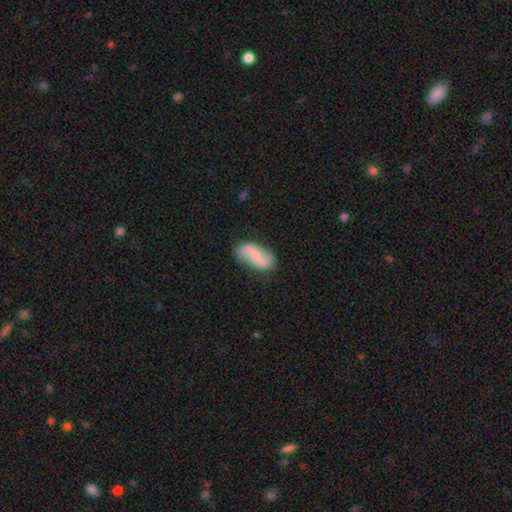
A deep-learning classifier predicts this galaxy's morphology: smooth-or-featured: featured or disk: 60% | smooth: 34% | star or artifact: 6%
  disk-edge-on: no: 96% | yes: 4%
    bar: weak: 45% | no: 35% | strong: 19%
    has-spiral-arms: yes: 89% | no: 11%
      spiral-winding: loose: 63% | medium: 26% | tight: 10%
      spiral-arm-count: 2: 90% | can't tell: 5% | 1: 2% | 3: 1% | 4: 1% | more than 4: 1%
    bulge-size: small: 56% | moderate: 24% | none: 17% | large: 2% | dominant: 1%
  merging: none: 78% | minor disturbance: 17% | major disturbance: 4% | merger: 2%